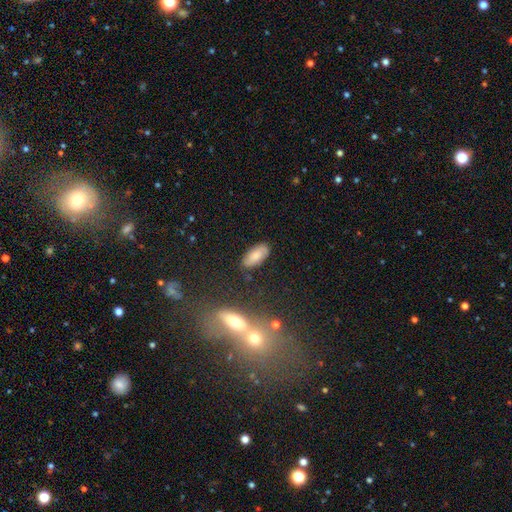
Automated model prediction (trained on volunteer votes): Smooth or featured? Predicted: smooth (p=0.73). How rounded? Predicted: in between (p=0.89). Merging? Predicted: none (p=0.81).